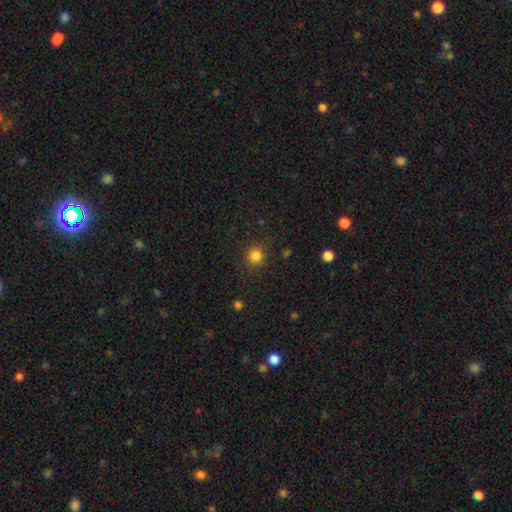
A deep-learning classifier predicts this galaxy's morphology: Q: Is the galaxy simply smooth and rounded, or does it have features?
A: smooth — 84%.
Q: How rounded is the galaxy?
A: round — 94%.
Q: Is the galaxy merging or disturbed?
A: none — 89%.